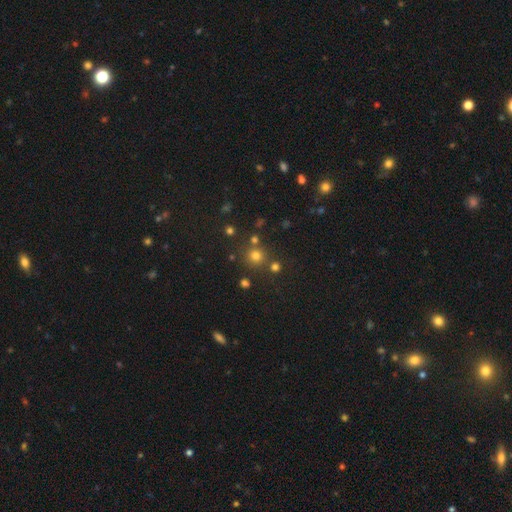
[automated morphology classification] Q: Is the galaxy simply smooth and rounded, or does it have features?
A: smooth — 73%.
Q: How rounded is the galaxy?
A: round — 93%.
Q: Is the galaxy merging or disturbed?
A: none — 78%.